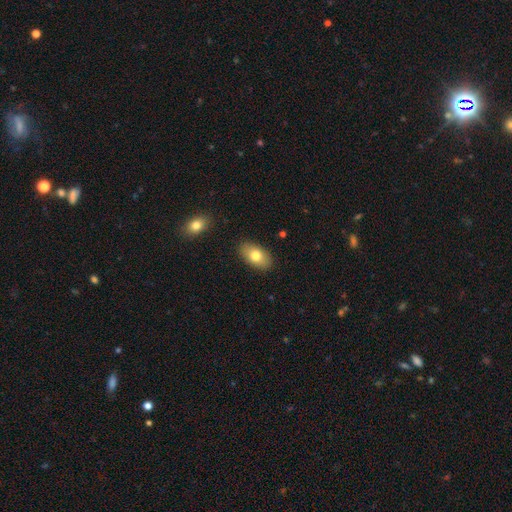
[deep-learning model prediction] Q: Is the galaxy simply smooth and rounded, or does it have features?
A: smooth — 77%.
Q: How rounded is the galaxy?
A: in between — 93%.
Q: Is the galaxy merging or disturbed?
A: none — 87%.